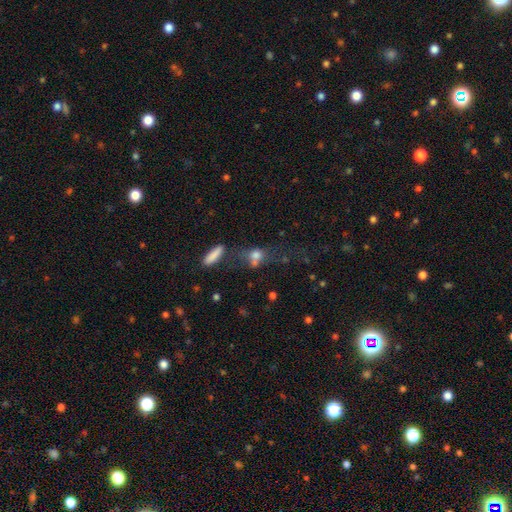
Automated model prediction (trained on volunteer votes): Smooth or featured? smooth (67%)
How rounded? in between (50%)
Merging? none (35%)